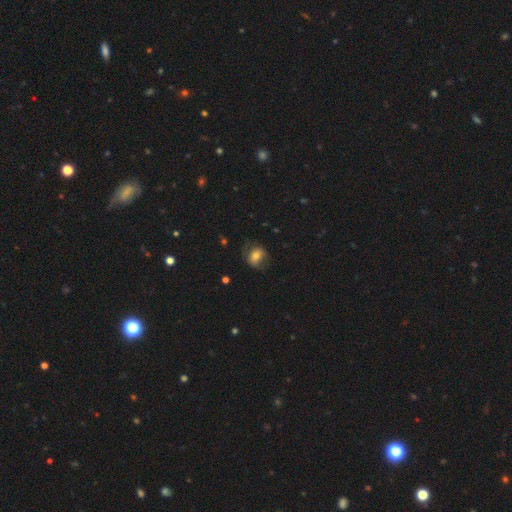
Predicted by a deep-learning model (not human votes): This appears to be a smooth galaxy with no disk features (66%) that is round (54%). Merging: none (65%).